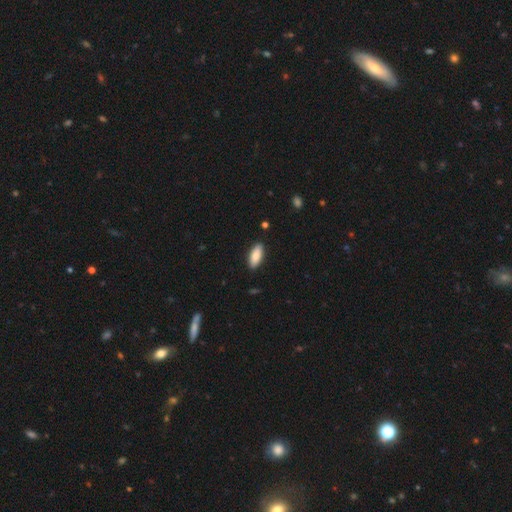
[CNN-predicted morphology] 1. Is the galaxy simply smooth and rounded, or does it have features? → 85% smooth, 9% featured or disk, 6% star or artifact.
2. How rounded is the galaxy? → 81% in between, 18% cigar-shaped, 2% round.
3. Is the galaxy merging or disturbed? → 88% none, 9% minor disturbance, 2% major disturbance, 1% merger.